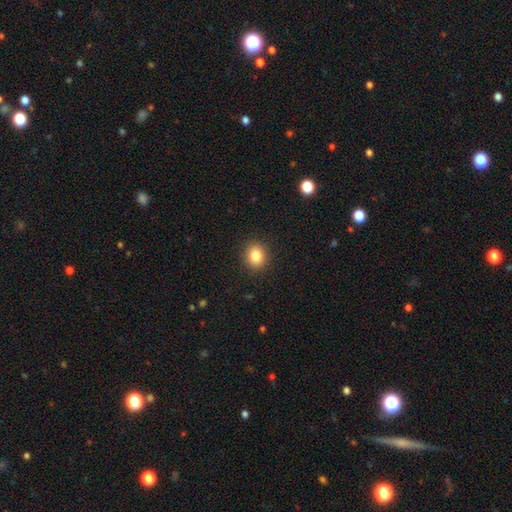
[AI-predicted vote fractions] Smooth or featured? smooth (84%)
How rounded? round (71%)
Merging? none (91%)